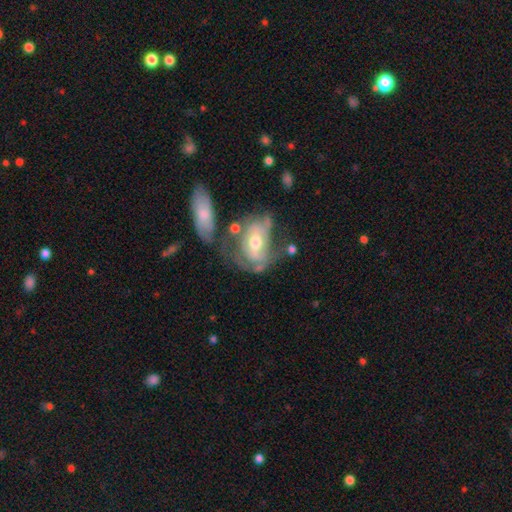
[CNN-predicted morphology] A featured or disk galaxy (69%) with no bar (55%), spiral arms (65%) and a moderate central bulge (67%). Merging: none (30%).